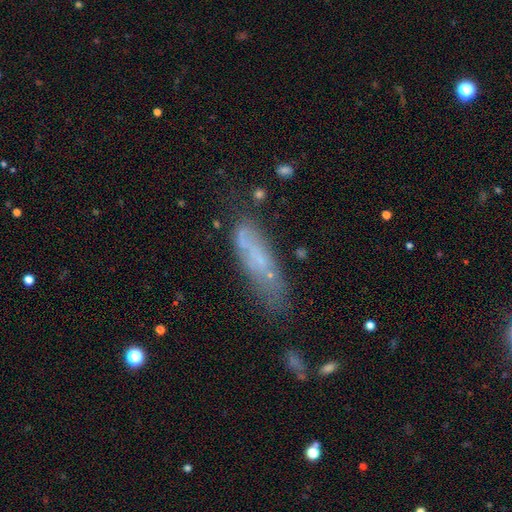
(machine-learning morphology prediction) Smooth or featured? Predicted: smooth (p=0.50). Merging? Predicted: none (p=0.54).